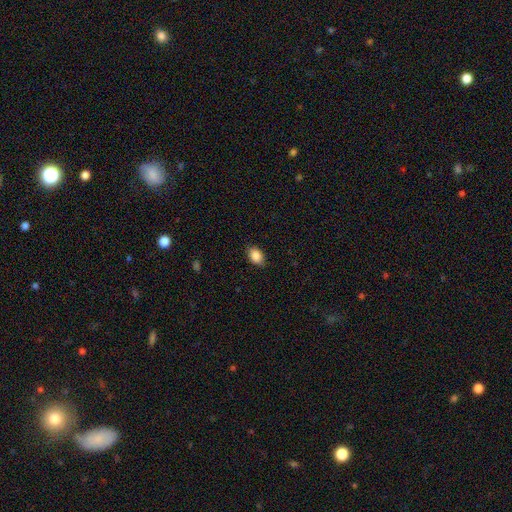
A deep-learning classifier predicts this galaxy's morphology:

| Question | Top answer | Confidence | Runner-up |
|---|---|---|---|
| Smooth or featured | smooth | 88% | star or artifact (8%) |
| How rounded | in between | 84% | round (14%) |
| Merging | none | 86% | minor disturbance (10%) |